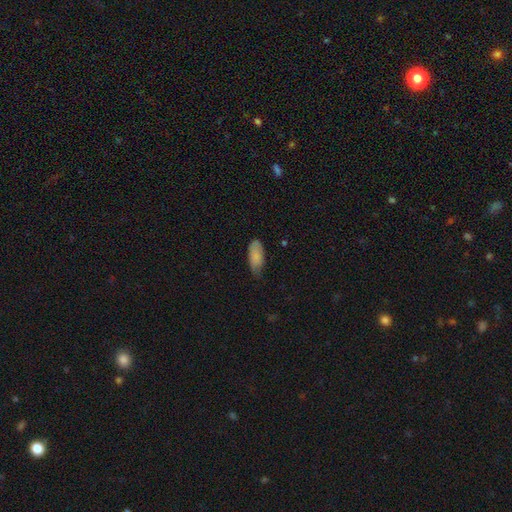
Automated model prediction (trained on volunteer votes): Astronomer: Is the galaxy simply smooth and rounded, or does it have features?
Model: smooth — 84%.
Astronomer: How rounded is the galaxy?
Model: in between — 86%.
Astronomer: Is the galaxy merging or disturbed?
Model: none — 57% (runner-up: minor disturbance, 35%).